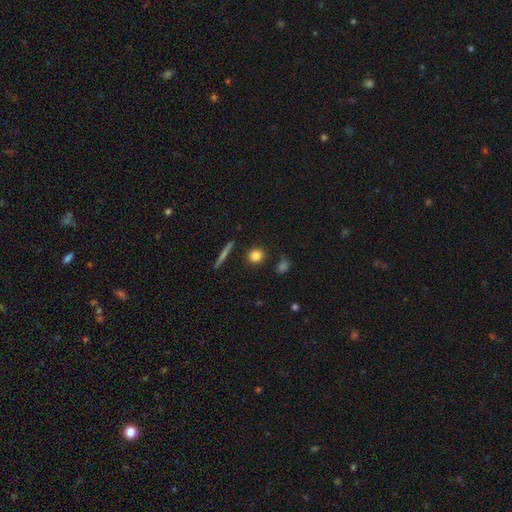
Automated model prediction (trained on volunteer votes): smooth 82%, star or artifact 10%, featured or disk 8%. Down the decision tree: how rounded — round (83%); merging — none (86%).